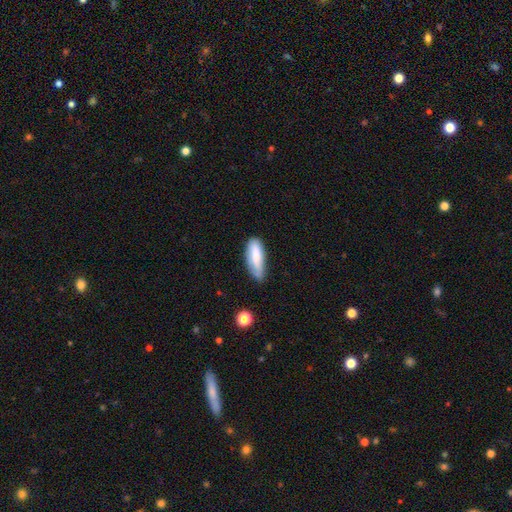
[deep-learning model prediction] The model was most divided on "merging": none: 56%, minor disturbance: 34%, major disturbance: 7%, merger: 3%. More confident: smooth or featured — smooth (77%); how rounded — in between (62%).